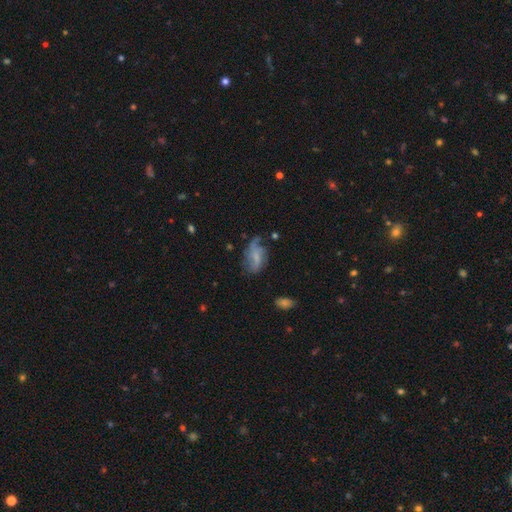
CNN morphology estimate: Smooth or featured? featured or disk (55%)
Edge-on disk? no (95%)
Bar? no (49%)
Spiral arms? yes (75%)
Bulge size? small (44%)
Merging? none (43%)